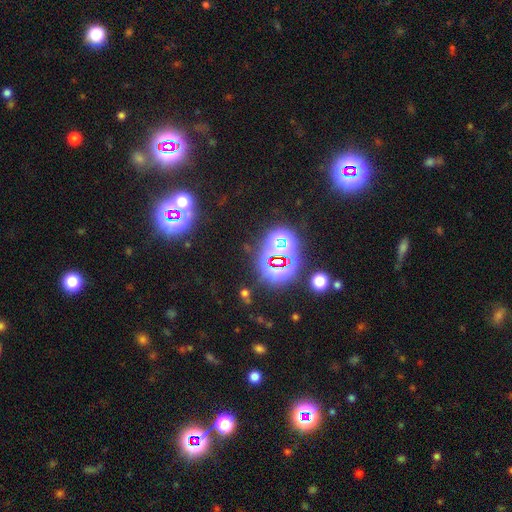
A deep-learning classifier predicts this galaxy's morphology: Overall: star or artifact (76%).